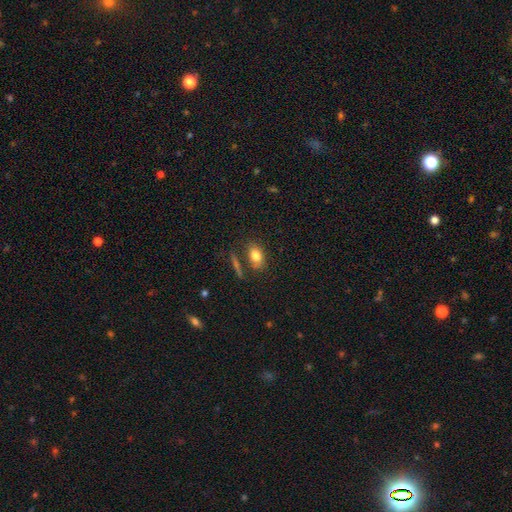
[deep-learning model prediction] Smooth or featured?
  - smooth: 81% *
  - featured or disk: 11%
  - star or artifact: 9%
How rounded?
  - in between: 83% *
  - round: 13%
  - cigar-shaped: 4%
Merging?
  - none: 73% *
  - minor disturbance: 14%
  - merger: 9%
  - major disturbance: 4%